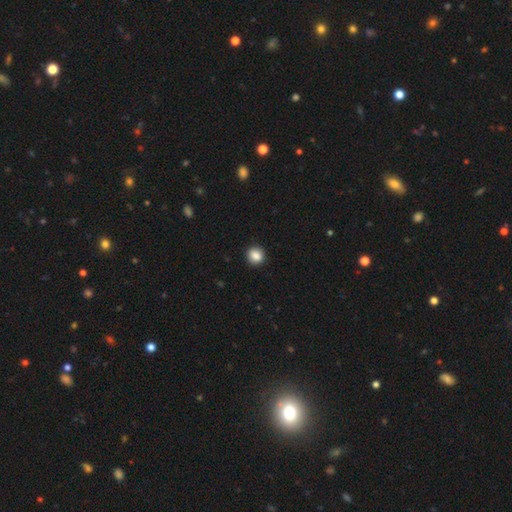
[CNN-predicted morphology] A smooth galaxy with no disk features (87%) that is round (87%).

Vote fractions:
- Smooth or featured? smooth: 87% / star or artifact: 9% / featured or disk: 4%
- How rounded? round: 87% / in between: 13% / cigar-shaped: 1%
- Merging? none: 91% / minor disturbance: 6% / major disturbance: 2% / merger: 1%